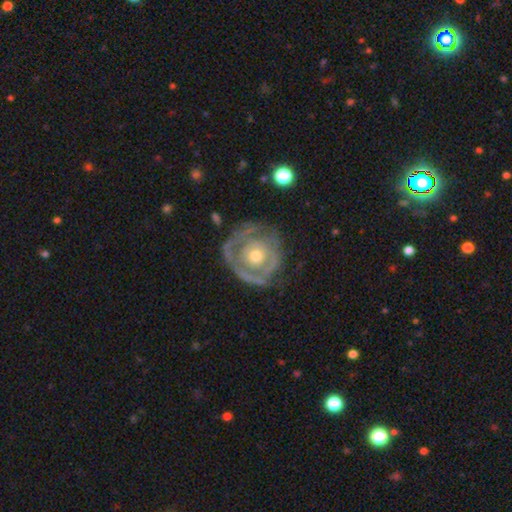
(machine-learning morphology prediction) type=featured or disk (72%); edge-on=no (97%); bar=no (86%); spiral arms=yes (53%); bulge=moderate (65%); merging=none (59%).